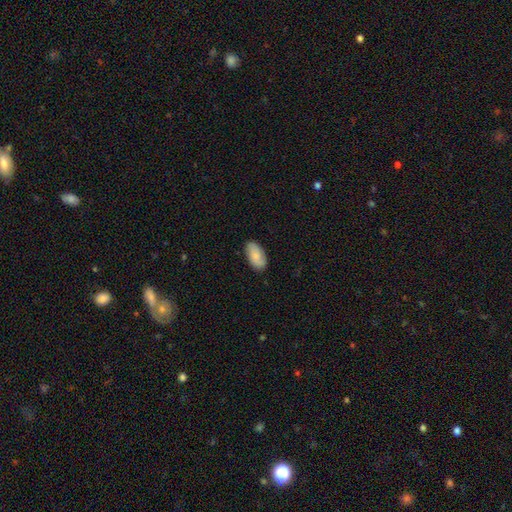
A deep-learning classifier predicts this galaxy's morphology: Overall: smooth (80%). How rounded: in between (95%). Merging: none (85%).